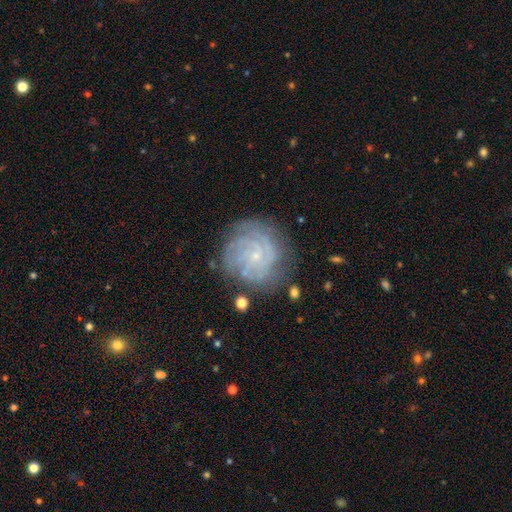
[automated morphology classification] featured or disk 77%, smooth 15%, star or artifact 8%. Down the decision tree: edge-on disk — no (98%); bar — no (75%); spiral arms — yes (91%); spiral arm count — can't tell (39%); spiral winding — tight (71%); bulge size — small (85%); merging — none (73%).